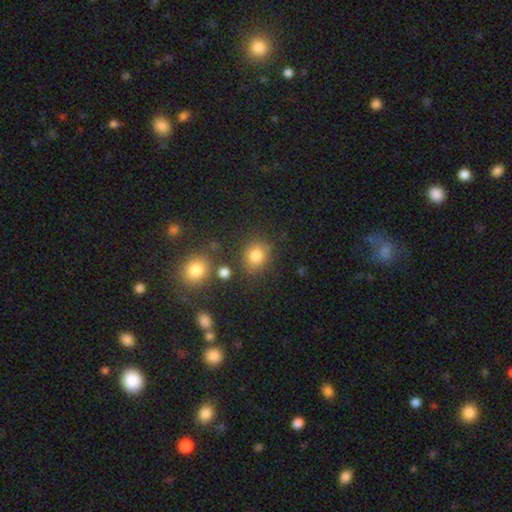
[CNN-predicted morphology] type=smooth (80%); roundness=round (74%); merging=none (74%).